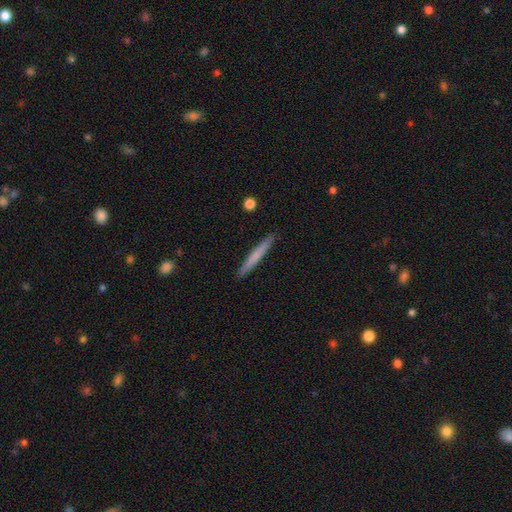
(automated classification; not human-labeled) This is likely a smooth galaxy (66%). How rounded: clearly cigar-shaped (96%). Merging: clearly none (91%).